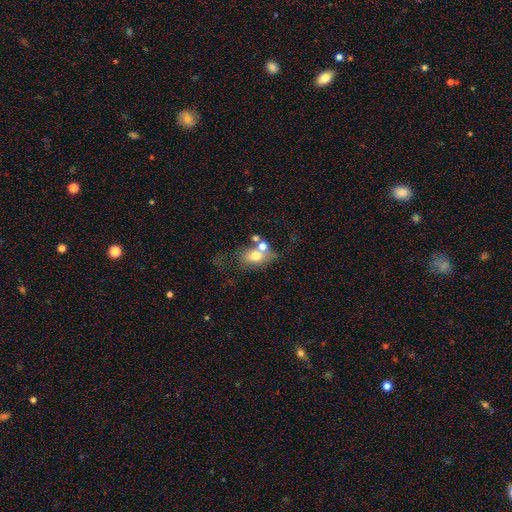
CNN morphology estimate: type=smooth (61%); roundness=in between (66%); merging=merger (40%).